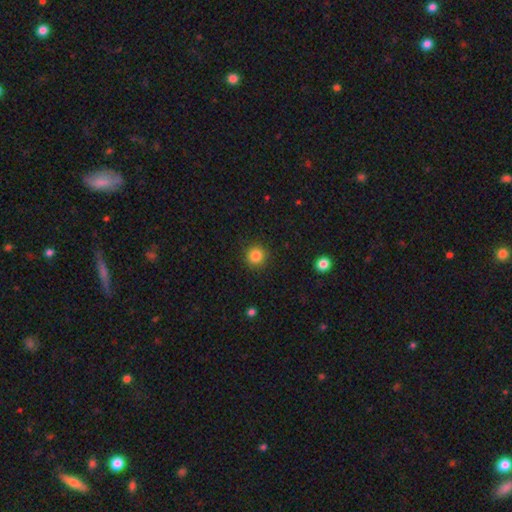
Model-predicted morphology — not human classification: Smooth or featured?
  - smooth: 84% *
  - star or artifact: 11%
  - featured or disk: 4%
How rounded?
  - round: 94% *
  - in between: 5%
  - cigar-shaped: 1%
Merging?
  - none: 91% *
  - minor disturbance: 6%
  - major disturbance: 2%
  - merger: 1%